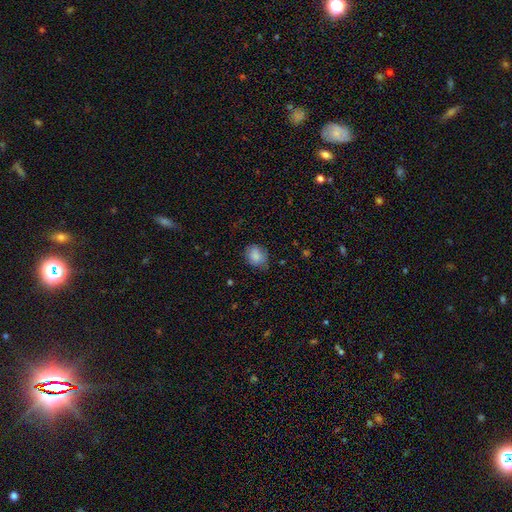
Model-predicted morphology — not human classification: type=smooth (86%); roundness=round (57%); merging=none (75%).